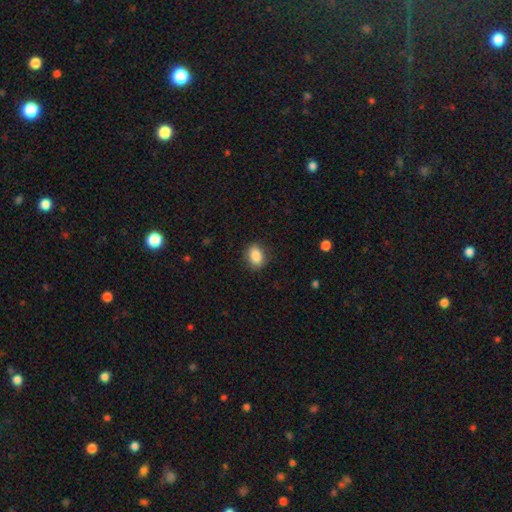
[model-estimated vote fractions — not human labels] Overall: smooth (88%). How rounded: in between (80%). Merging: none (85%).